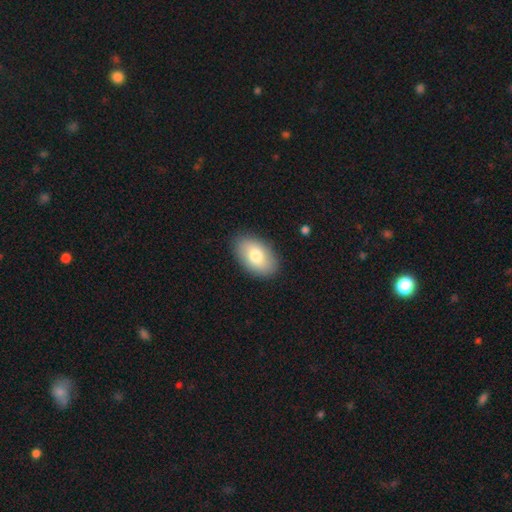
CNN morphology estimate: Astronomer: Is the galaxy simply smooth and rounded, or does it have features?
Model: smooth — 77%.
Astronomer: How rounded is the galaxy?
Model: in between — 91%.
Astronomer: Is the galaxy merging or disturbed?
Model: none — 87%.